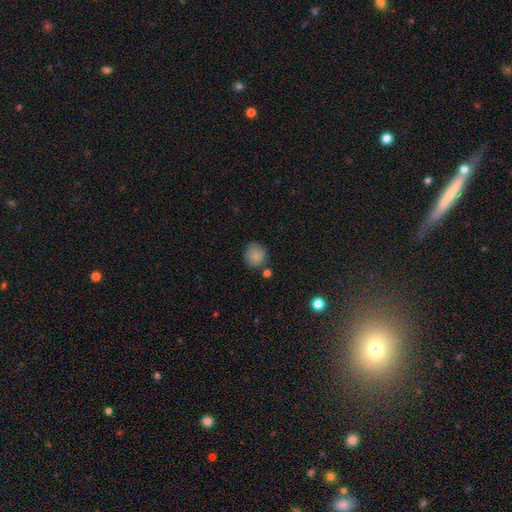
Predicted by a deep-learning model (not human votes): Smooth or featured? Predicted: smooth (p=0.85). How rounded? Predicted: round (p=0.85). Merging? Predicted: none (p=0.74).